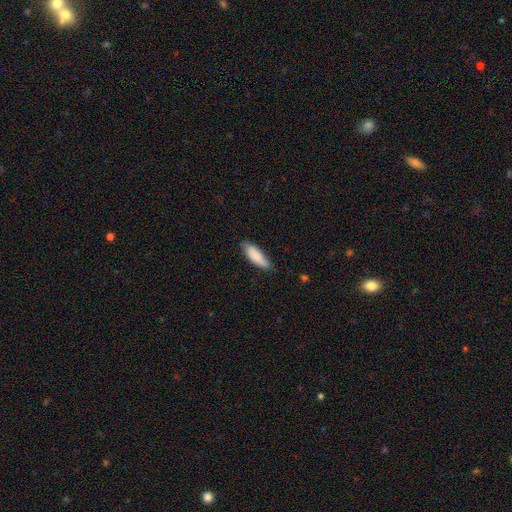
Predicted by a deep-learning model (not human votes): This is clearly a smooth galaxy (85%). How rounded: possibly in between (56%). Merging: likely none (73%).